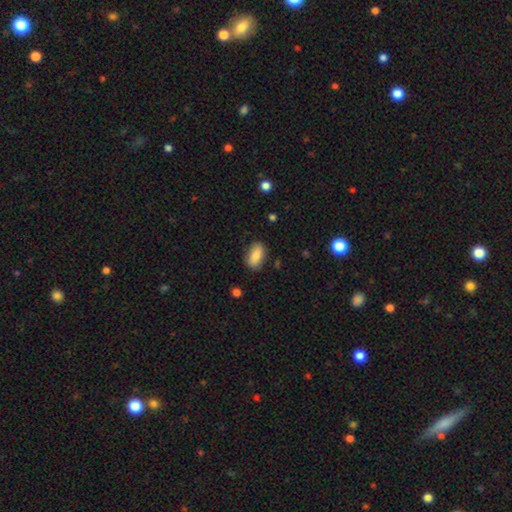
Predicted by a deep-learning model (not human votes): Smooth or featured? smooth (86%)
How rounded? in between (91%)
Merging? none (82%)